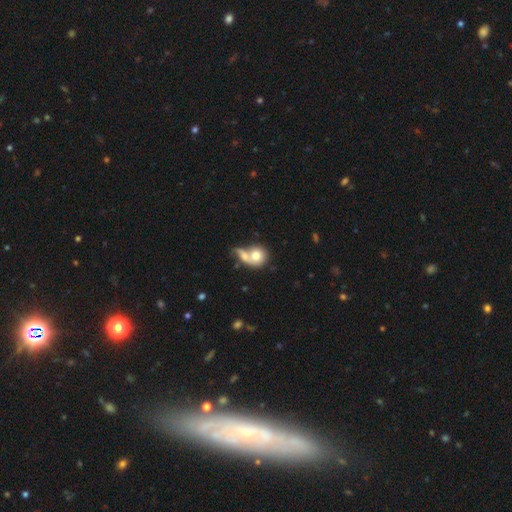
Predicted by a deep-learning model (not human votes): Smooth or featured?
  - smooth: 69% *
  - featured or disk: 23%
  - star or artifact: 7%
How rounded?
  - round: 71% *
  - in between: 26%
  - cigar-shaped: 2%
Merging?
  - merger: 60% *
  - none: 21%
  - major disturbance: 10%
  - minor disturbance: 9%